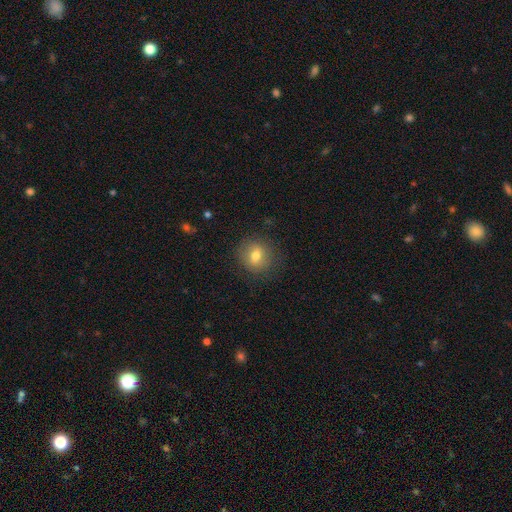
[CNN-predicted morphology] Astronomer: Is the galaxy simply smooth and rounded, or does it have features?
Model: smooth — 70%.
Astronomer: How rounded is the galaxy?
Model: round — 81%.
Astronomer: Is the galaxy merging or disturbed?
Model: none — 83%.